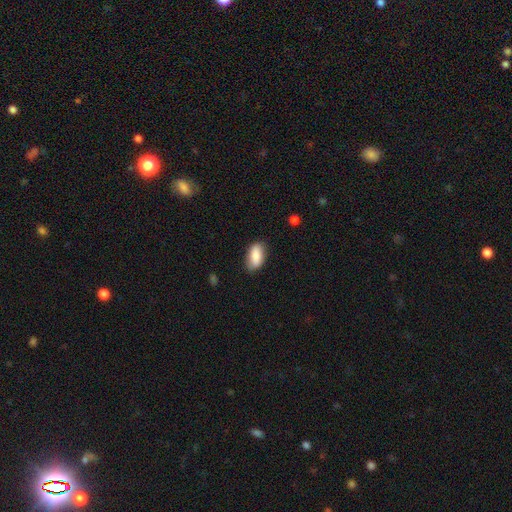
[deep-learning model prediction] smooth-or-featured: smooth: 85% | featured or disk: 9% | star or artifact: 6%
  how-rounded: in between: 92% | cigar-shaped: 4% | round: 4%
  merging: none: 79% | minor disturbance: 16% | major disturbance: 3% | merger: 1%